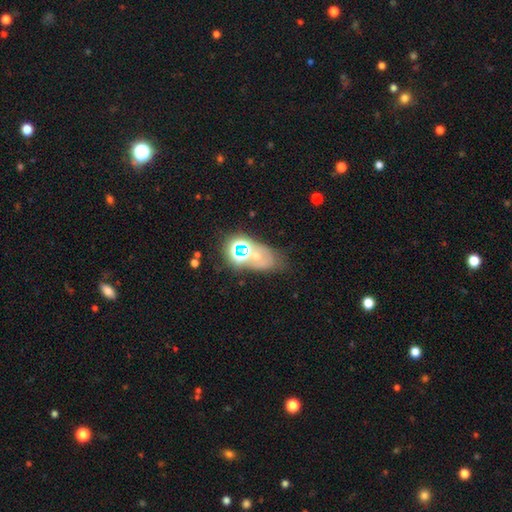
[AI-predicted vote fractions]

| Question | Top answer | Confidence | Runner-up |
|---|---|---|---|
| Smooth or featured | smooth | 35% | star or artifact (34%) |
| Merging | none | 45% | merger (24%) |